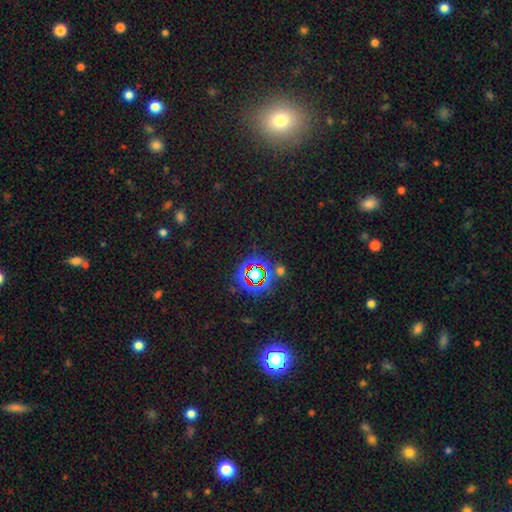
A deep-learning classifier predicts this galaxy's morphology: smooth-or-featured: star or artifact: 73% | smooth: 16% | featured or disk: 11%